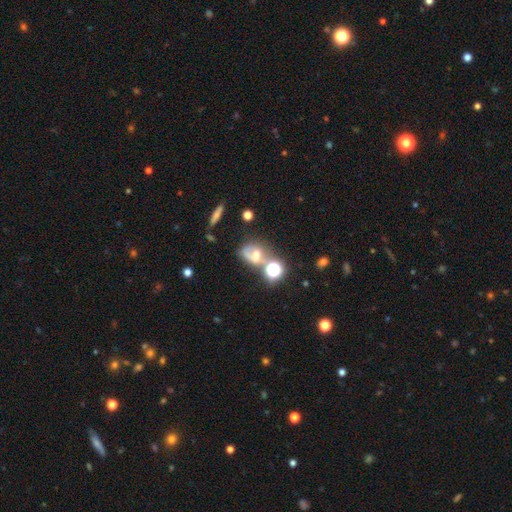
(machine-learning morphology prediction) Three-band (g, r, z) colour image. It shows a smooth galaxy with no disk features (41%). Merging: none (34%).